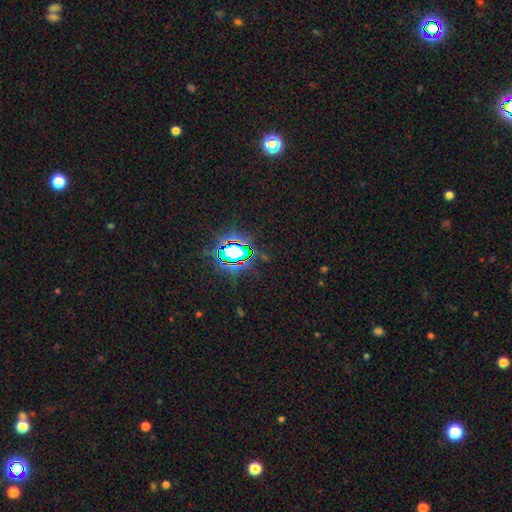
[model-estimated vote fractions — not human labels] Overall: star or artifact (82%).